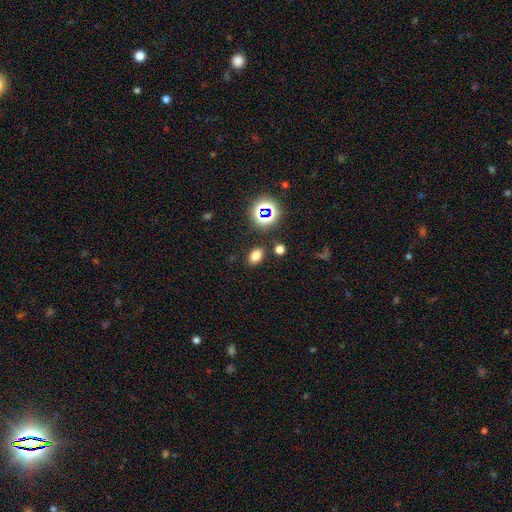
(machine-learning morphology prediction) This appears to be a smooth galaxy with no disk features (75%) that is in between round and cigar-shaped (80%). Merging: none (84%).